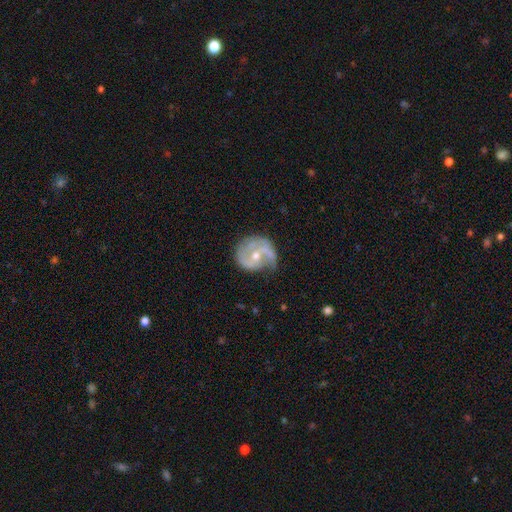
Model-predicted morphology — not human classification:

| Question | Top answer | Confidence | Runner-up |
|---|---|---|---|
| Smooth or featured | featured or disk | 83% | smooth (12%) |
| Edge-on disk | no | 98% | yes (2%) |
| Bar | no | 45% | weak (41%) |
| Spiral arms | yes | 93% | no (7%) |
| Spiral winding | medium | 45% | tight (28%) |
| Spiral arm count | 2 | 60% | 1 (15%) |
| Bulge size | moderate | 50% | small (47%) |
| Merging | none | 54% | minor disturbance (28%) |